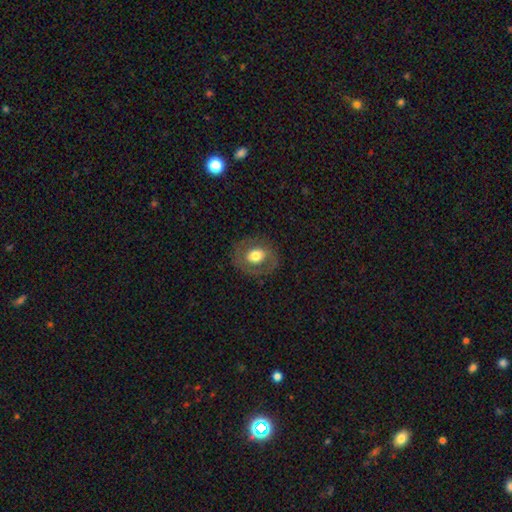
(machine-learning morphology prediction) A smooth galaxy with no disk features (55%) that is round (64%).

Vote fractions:
- Smooth or featured? smooth: 55% / featured or disk: 37% / star or artifact: 8%
- How rounded? round: 64% / in between: 35% / cigar-shaped: 1%
- Merging? none: 79% / minor disturbance: 13% / major disturbance: 7% / merger: 1%